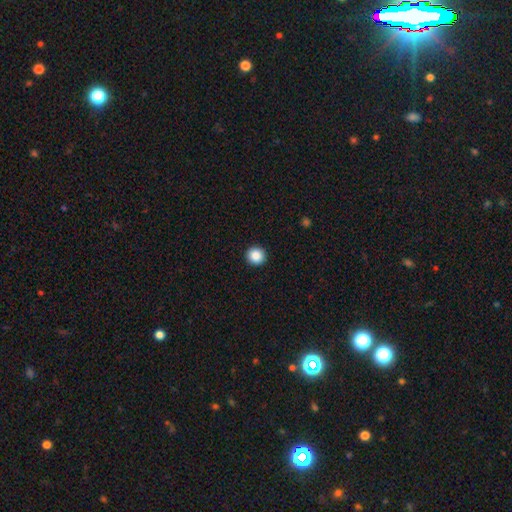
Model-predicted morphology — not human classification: The model was most divided on "smooth or featured": smooth: 88%, star or artifact: 9%, featured or disk: 3%. More confident: how rounded — round (93%); merging — none (93%).